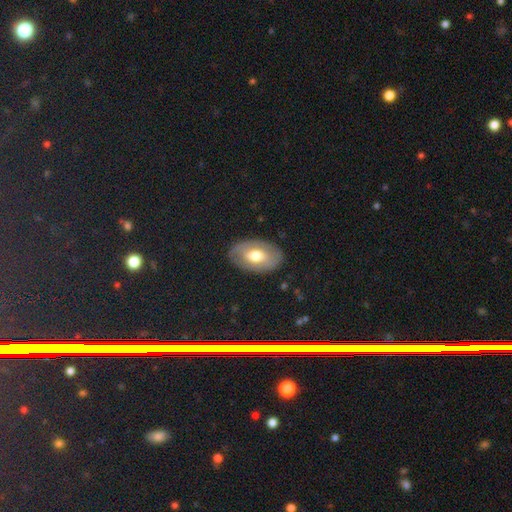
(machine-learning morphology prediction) smooth-or-featured: smooth: 50% | featured or disk: 44% | star or artifact: 6%
  merging: none: 83% | minor disturbance: 12% | major disturbance: 4% | merger: 1%